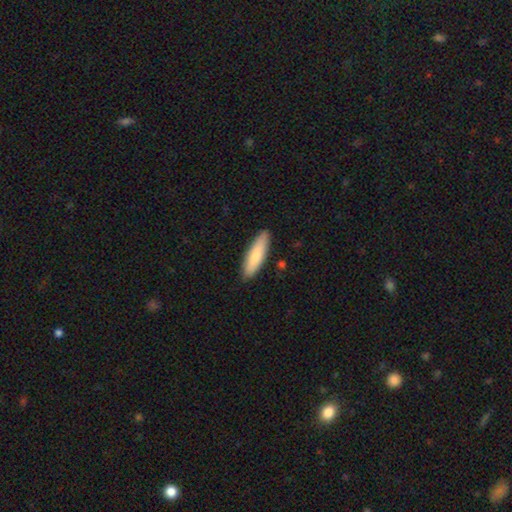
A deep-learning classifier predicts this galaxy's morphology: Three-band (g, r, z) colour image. It shows a smooth galaxy with no disk features (78%) that is cigar-shaped (62%). Merging: none (88%).